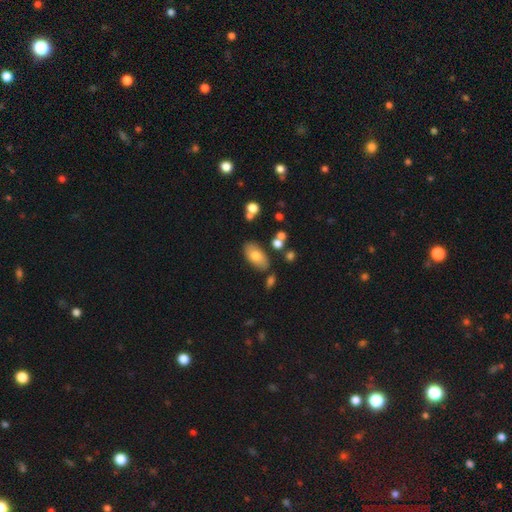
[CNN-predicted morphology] A smooth galaxy with no disk features (73%) that is in between round and cigar-shaped (93%). Merging: none (76%).